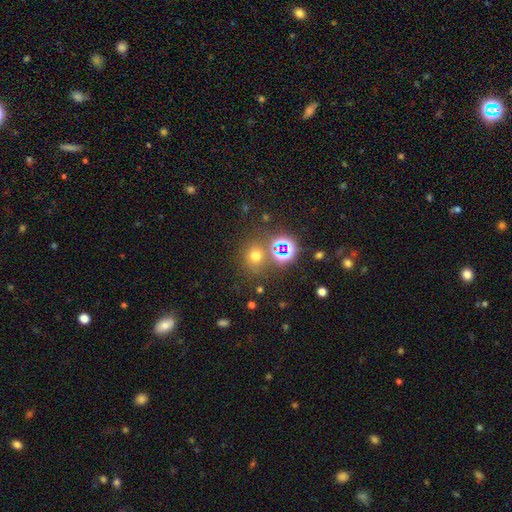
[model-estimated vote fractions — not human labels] Overall: smooth (61%; star or artifact 30%). How rounded: round (82%). Merging: none (74%).